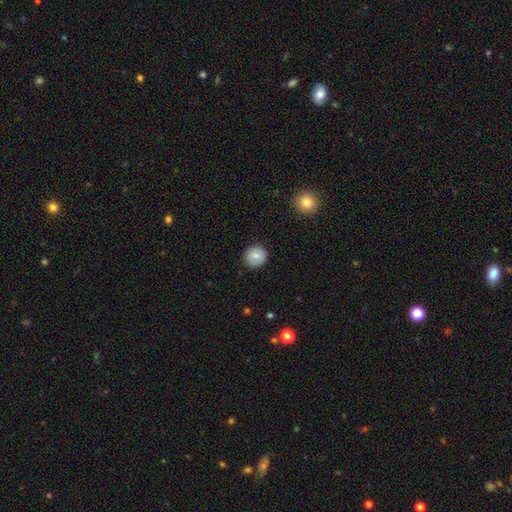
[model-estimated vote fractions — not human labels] Overall: smooth (81%). How rounded: round (91%). Merging: none (89%).